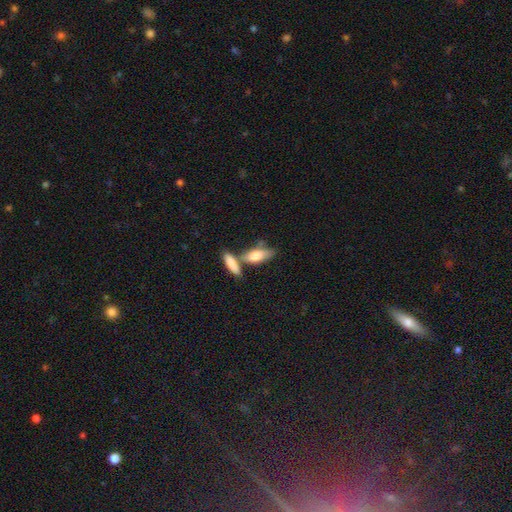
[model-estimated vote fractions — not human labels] Morphology: type=smooth (75%); roundness=in between (70%); merging=none (46%).